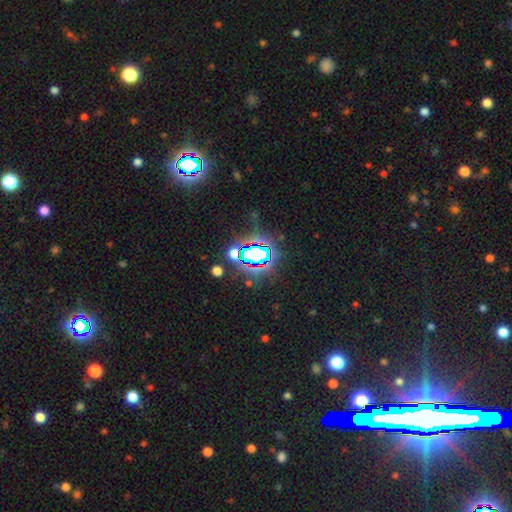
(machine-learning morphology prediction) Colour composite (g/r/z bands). It shows a star or artifact, not a galaxy (76%).